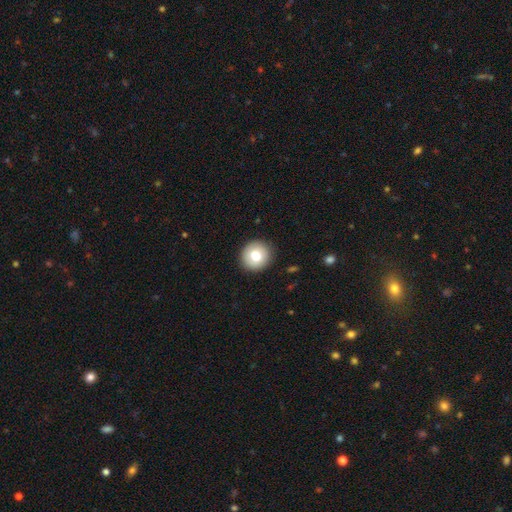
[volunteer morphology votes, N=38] Q: Smooth or featured?
A: smooth (89%); runner-up: featured or disk (8%)
Q: How rounded?
A: round (94%); runner-up: in between (6%)
Q: Merging?
A: none (84%); runner-up: minor disturbance (14%)